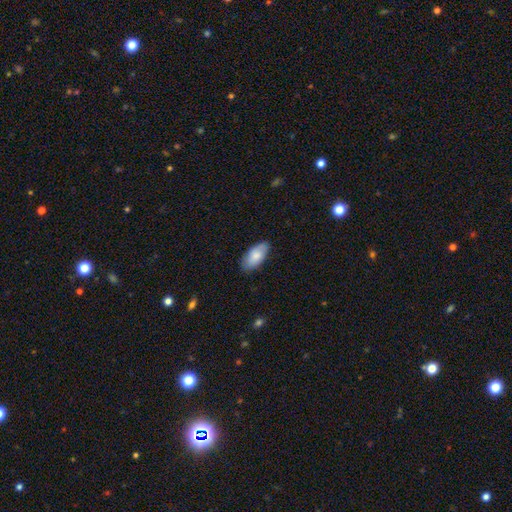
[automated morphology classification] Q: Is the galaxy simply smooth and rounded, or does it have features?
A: smooth — 82%.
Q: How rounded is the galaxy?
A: in between — 92%.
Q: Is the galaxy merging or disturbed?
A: none — 81%.